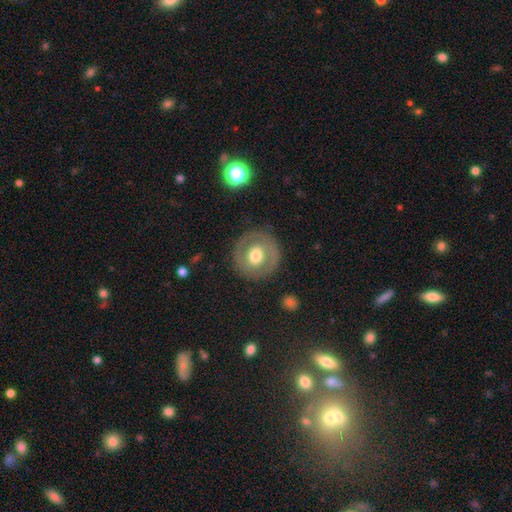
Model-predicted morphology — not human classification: smooth 48%, featured or disk 45%, star or artifact 6%. Down the decision tree: merging — none (85%).